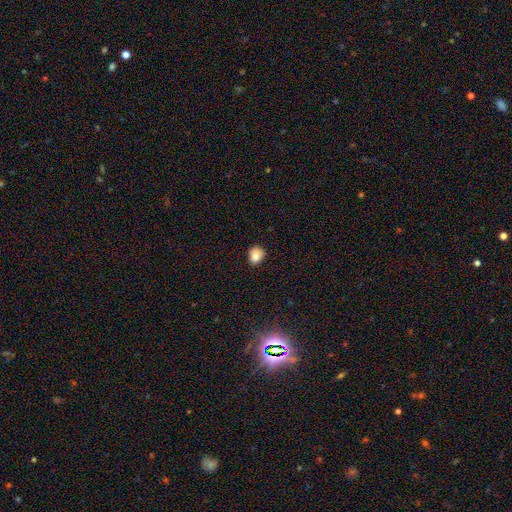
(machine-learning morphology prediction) Q: Smooth or featured?
A: smooth (86%); runner-up: star or artifact (10%)
Q: How rounded?
A: round (62%); runner-up: in between (37%)
Q: Merging?
A: none (80%); runner-up: minor disturbance (16%)